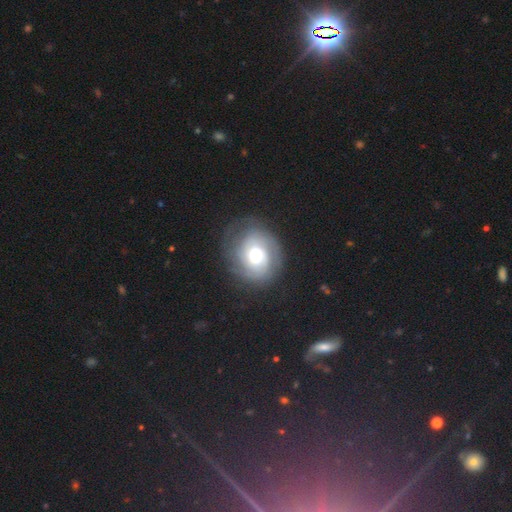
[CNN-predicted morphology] Smooth or featured: featured or disk — 72% (smooth — 21%)
Edge-on disk: no — 98% (yes — 2%)
Bar: no — 74% (weak — 21%)
Spiral arms: yes — 90% (no — 10%)
Spiral winding: tight — 65% (medium — 27%)
Spiral arm count: 2 — 40% (can't tell — 29%)
Bulge size: moderate — 61% (large — 25%)
Merging: none — 73% (minor disturbance — 16%)